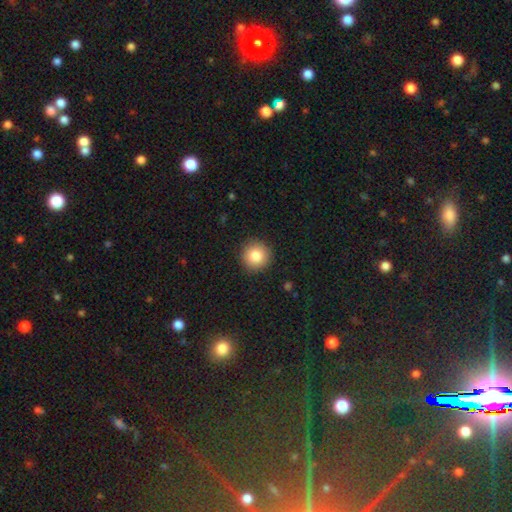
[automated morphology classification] smooth 83%, star or artifact 10%, featured or disk 7%. Down the decision tree: how rounded — round (95%); merging — none (91%).